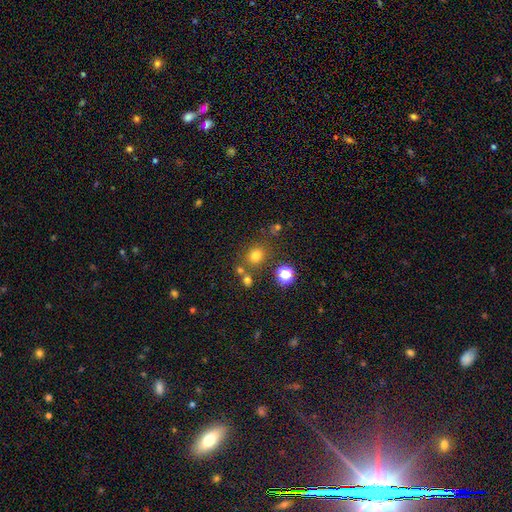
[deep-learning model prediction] smooth 72%, star or artifact 20%, featured or disk 8%. Down the decision tree: how rounded — round (76%); merging — none (74%).